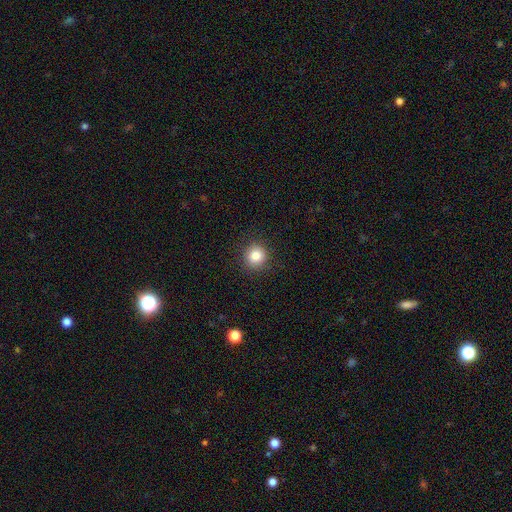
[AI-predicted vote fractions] Smooth or featured: smooth — 84% (star or artifact — 11%)
How rounded: round — 92% (in between — 7%)
Merging: none — 89% (minor disturbance — 7%)